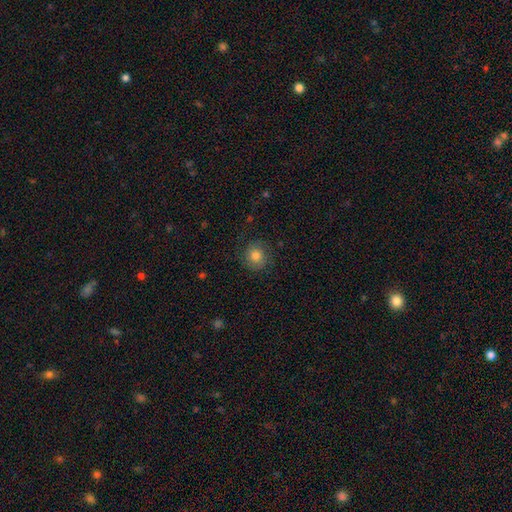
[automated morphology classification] Q: Smooth or featured?
A: smooth (75%); runner-up: featured or disk (16%)
Q: How rounded?
A: round (89%); runner-up: in between (10%)
Q: Merging?
A: none (80%); runner-up: minor disturbance (13%)